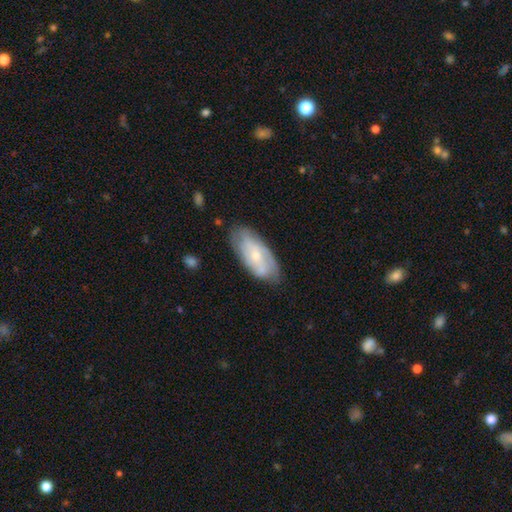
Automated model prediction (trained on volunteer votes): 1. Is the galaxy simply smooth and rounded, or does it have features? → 57% featured or disk, 37% smooth, 6% star or artifact.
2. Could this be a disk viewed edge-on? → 90% no, 10% yes.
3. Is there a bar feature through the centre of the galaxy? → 61% no, 31% weak, 8% strong.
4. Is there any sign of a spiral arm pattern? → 74% yes, 26% no.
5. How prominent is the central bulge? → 62% small, 33% moderate, 2% none, 2% large, 1% dominant.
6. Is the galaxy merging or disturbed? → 70% none, 22% minor disturbance, 5% major disturbance, 2% merger.